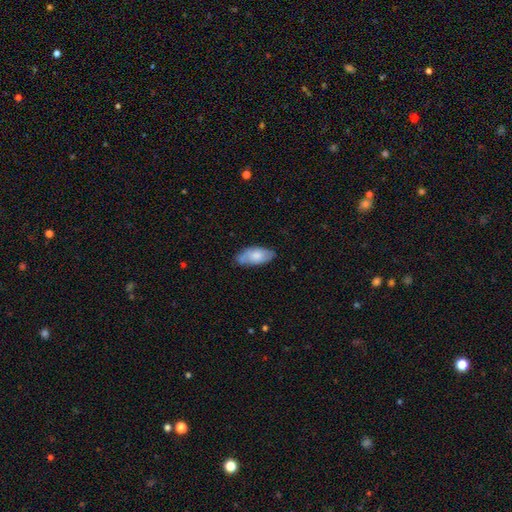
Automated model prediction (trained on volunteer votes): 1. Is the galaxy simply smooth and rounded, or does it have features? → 69% smooth, 25% featured or disk, 6% star or artifact.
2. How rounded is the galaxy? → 91% in between, 7% cigar-shaped, 2% round.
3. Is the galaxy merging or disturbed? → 66% none, 27% minor disturbance, 5% major disturbance, 2% merger.